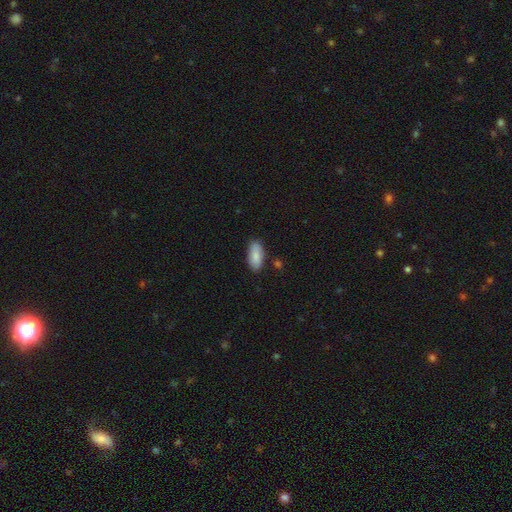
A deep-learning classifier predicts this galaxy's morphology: This appears to be a smooth galaxy with no disk features (85%) that is in between round and cigar-shaped (89%). Merging: none (82%).